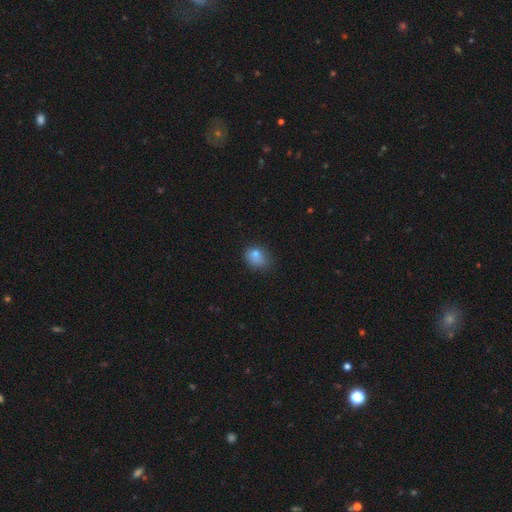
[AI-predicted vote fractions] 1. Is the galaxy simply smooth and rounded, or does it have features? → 79% smooth, 12% star or artifact, 9% featured or disk.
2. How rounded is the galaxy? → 56% in between, 43% round, 1% cigar-shaped.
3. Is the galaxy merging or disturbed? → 58% none, 28% minor disturbance, 9% major disturbance, 5% merger.